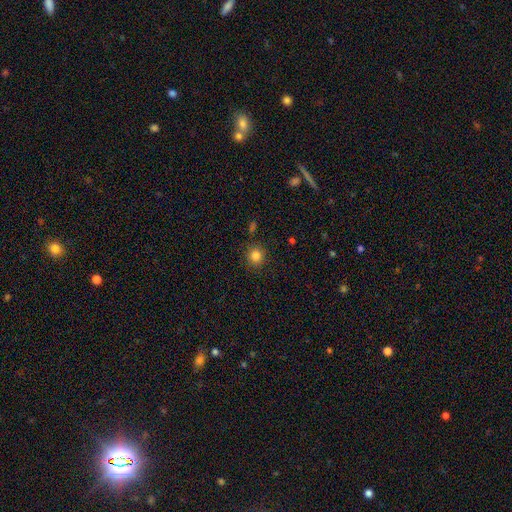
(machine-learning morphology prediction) Q: Smooth or featured?
A: smooth (83%); runner-up: star or artifact (12%)
Q: How rounded?
A: round (89%); runner-up: in between (10%)
Q: Merging?
A: none (88%); runner-up: minor disturbance (8%)